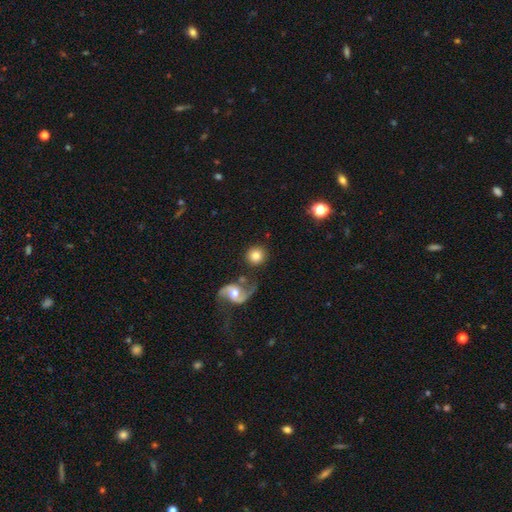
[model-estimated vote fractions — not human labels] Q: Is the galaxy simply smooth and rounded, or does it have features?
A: smooth — 77%.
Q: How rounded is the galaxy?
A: round — 91%.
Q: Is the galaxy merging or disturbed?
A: none — 76%.